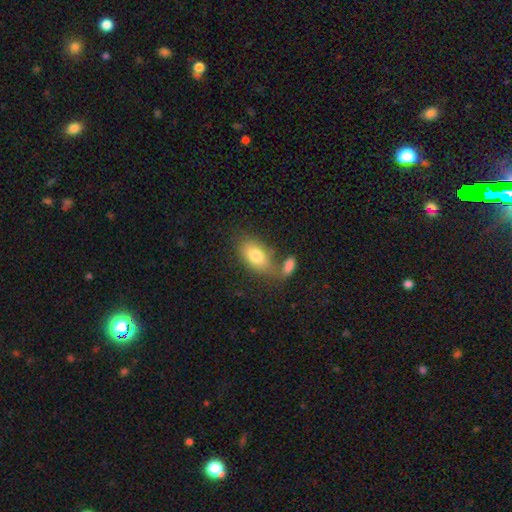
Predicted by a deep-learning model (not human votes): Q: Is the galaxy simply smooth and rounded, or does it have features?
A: smooth — 77%.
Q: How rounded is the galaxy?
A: in between — 90%.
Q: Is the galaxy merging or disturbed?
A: none — 49%.